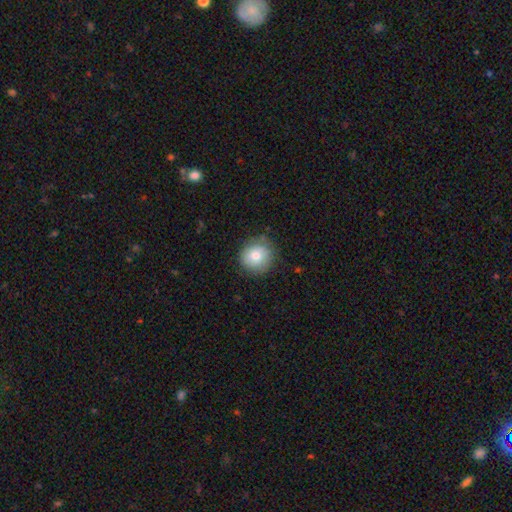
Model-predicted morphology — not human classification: Smooth or featured?
  - smooth: 76% *
  - featured or disk: 15%
  - star or artifact: 10%
How rounded?
  - round: 90% *
  - in between: 9%
  - cigar-shaped: 1%
Merging?
  - none: 79% *
  - minor disturbance: 16%
  - major disturbance: 4%
  - merger: 1%